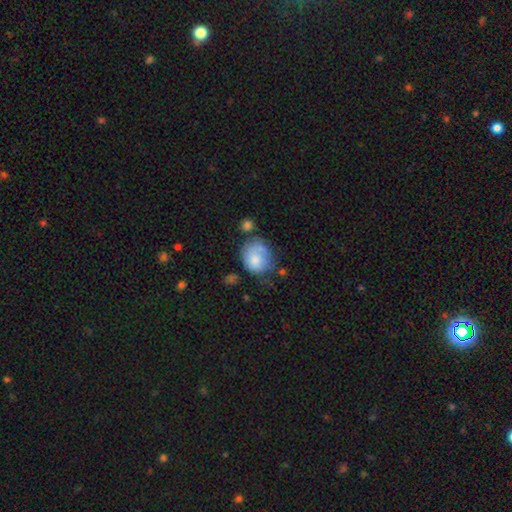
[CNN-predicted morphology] Smooth or featured?
  - smooth: 68% *
  - featured or disk: 24%
  - star or artifact: 7%
How rounded?
  - round: 60% *
  - in between: 39%
  - cigar-shaped: 1%
Merging?
  - none: 40% *
  - minor disturbance: 32%
  - major disturbance: 17%
  - merger: 11%